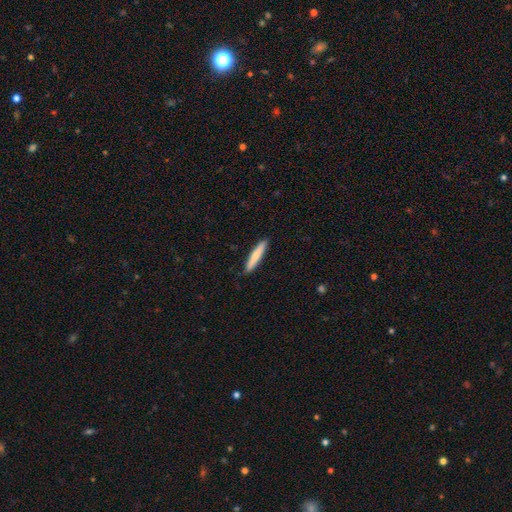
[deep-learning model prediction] smooth-or-featured: smooth: 74% | featured or disk: 21% | star or artifact: 5%
  how-rounded: cigar-shaped: 92% | in between: 7% | round: 1%
  merging: none: 89% | minor disturbance: 8% | major disturbance: 1% | merger: 1%